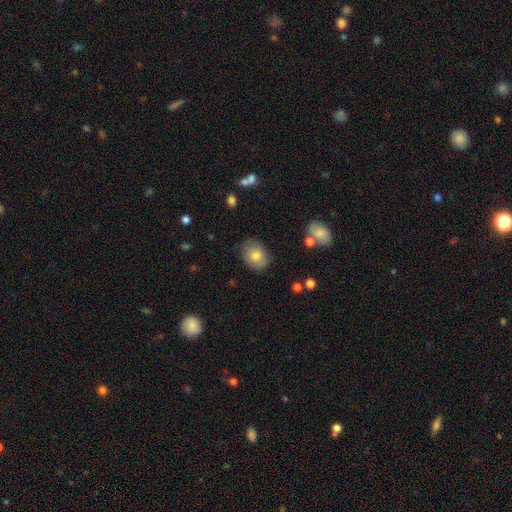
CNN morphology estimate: Q: Smooth or featured?
A: smooth (76%); runner-up: featured or disk (16%)
Q: How rounded?
A: in between (58%); runner-up: round (41%)
Q: Merging?
A: none (77%); runner-up: minor disturbance (17%)